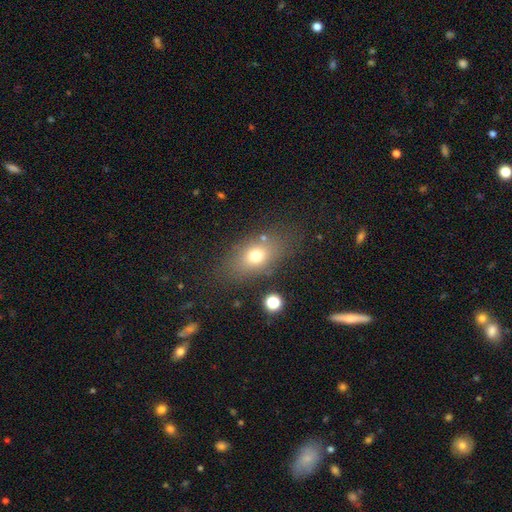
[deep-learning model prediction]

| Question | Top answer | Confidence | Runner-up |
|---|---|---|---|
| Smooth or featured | smooth | 70% | featured or disk (16%) |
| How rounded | in between | 76% | round (19%) |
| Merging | none | 74% | minor disturbance (14%) |